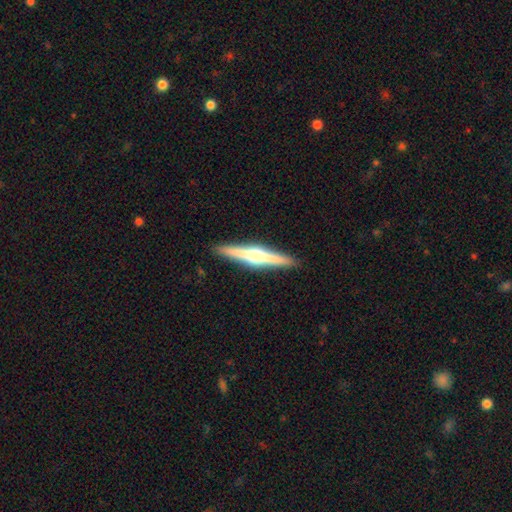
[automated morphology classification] Smooth or featured? featured or disk (73%)
Edge-on disk? yes (98%)
Edge-on bulge? rounded (92%)
Merging? none (92%)